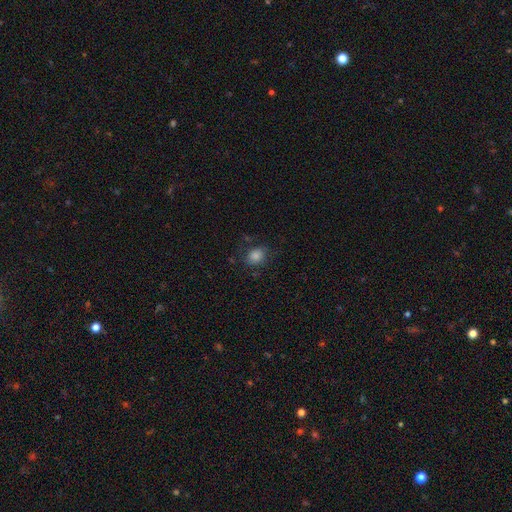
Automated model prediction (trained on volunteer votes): The model was most divided on "how rounded": round: 53%, in between: 46%, cigar-shaped: 1%. More confident: smooth or featured — smooth (84%); merging — none (76%).